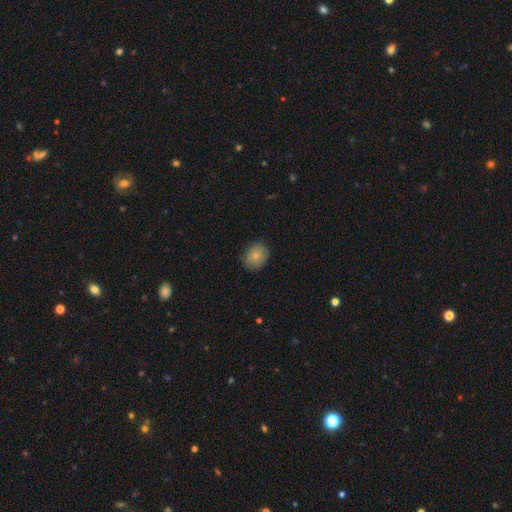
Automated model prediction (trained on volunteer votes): Smooth or featured? Predicted: smooth (p=0.82). How rounded? Predicted: round (p=0.58). Merging? Predicted: none (p=0.82).